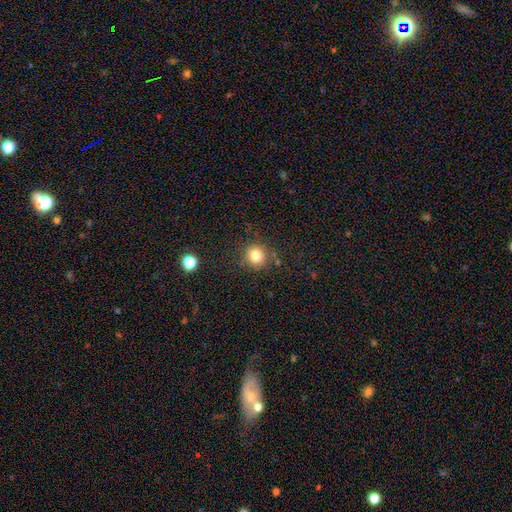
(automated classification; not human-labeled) Morphology: type=smooth (80%); roundness=round (92%); merging=none (85%).